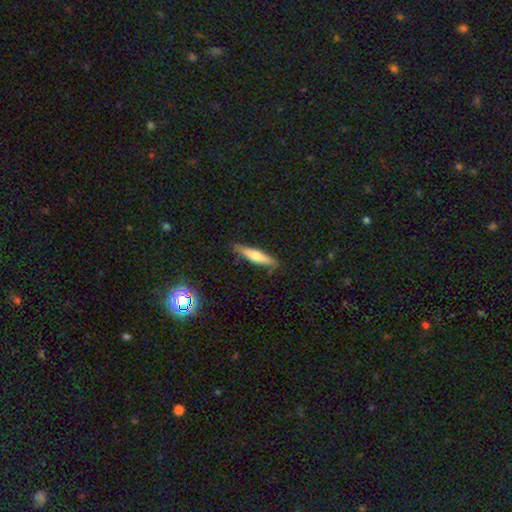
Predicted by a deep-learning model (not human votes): Smooth or featured?
  - smooth: 60% *
  - featured or disk: 34%
  - star or artifact: 7%
How rounded?
  - cigar-shaped: 85% *
  - in between: 14%
  - round: 2%
Merging?
  - none: 86% *
  - minor disturbance: 11%
  - major disturbance: 2%
  - merger: 1%